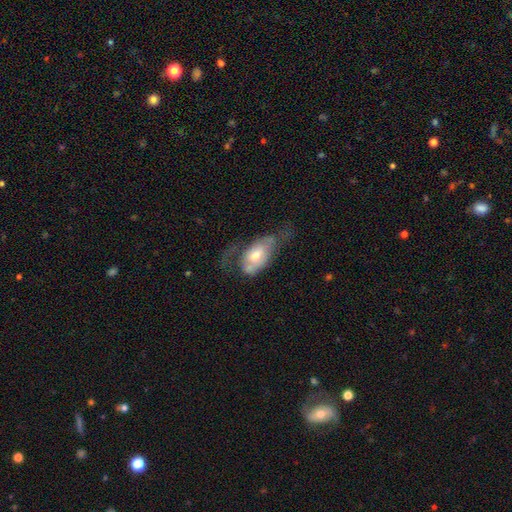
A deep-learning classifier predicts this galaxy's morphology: Smooth or featured? featured or disk (50%)
Edge-on disk? no (86%)
Merging? major disturbance (39%)